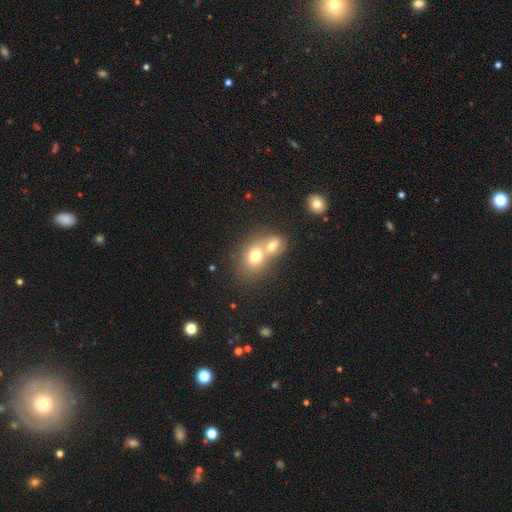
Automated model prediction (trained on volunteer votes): Smooth or featured?
  - smooth: 69% *
  - featured or disk: 19%
  - star or artifact: 11%
How rounded?
  - round: 53% *
  - in between: 45%
  - cigar-shaped: 1%
Merging?
  - merger: 64% *
  - none: 26%
  - minor disturbance: 7%
  - major disturbance: 3%